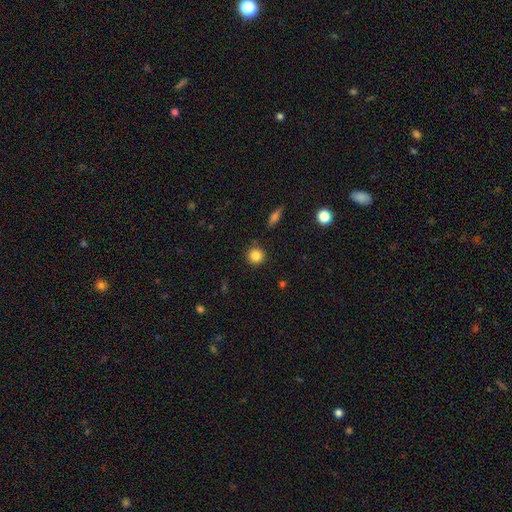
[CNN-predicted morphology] A smooth galaxy with no disk features (84%) that is round (93%). Merging: none (86%).